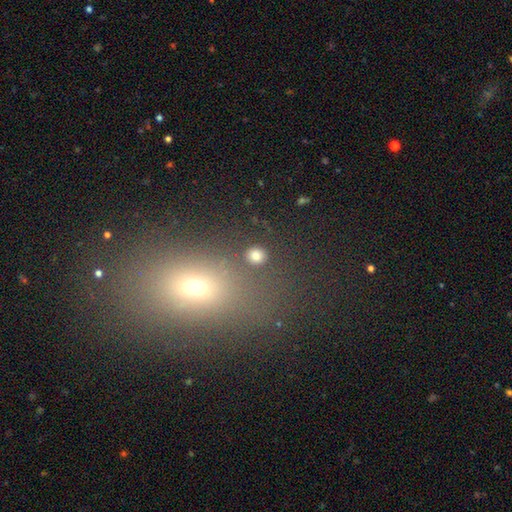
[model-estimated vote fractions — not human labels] Morphology: type=smooth (80%); roundness=round (82%); merging=none (87%).